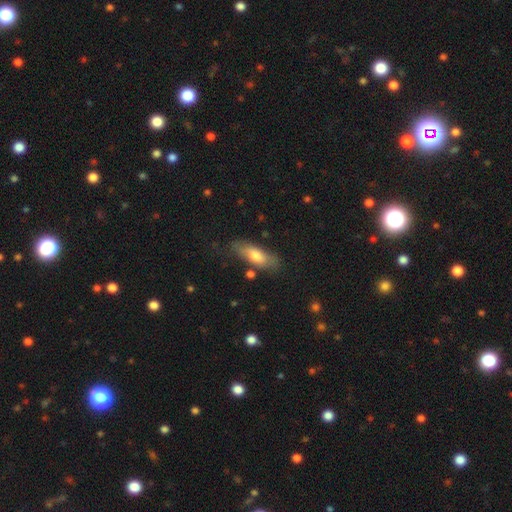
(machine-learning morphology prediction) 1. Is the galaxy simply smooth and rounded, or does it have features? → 69% smooth, 25% featured or disk, 6% star or artifact.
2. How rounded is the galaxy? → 63% in between, 34% cigar-shaped, 3% round.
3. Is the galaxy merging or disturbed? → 73% none, 19% minor disturbance, 5% major disturbance, 4% merger.